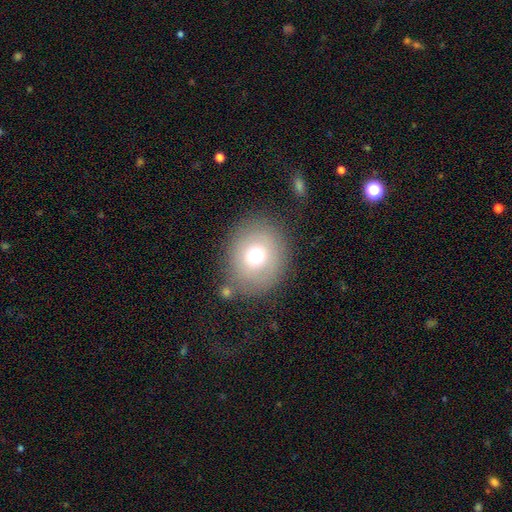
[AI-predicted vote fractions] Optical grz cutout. It shows a smooth galaxy with no disk features (68%) that is round (67%). Merging: none (76%).